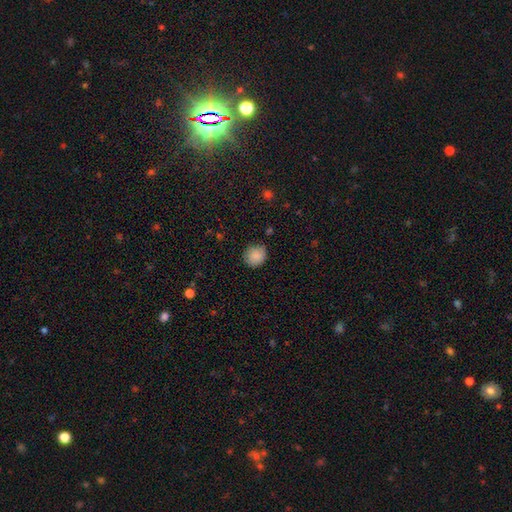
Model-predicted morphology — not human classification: type=smooth (87%); roundness=round (86%); merging=none (78%).